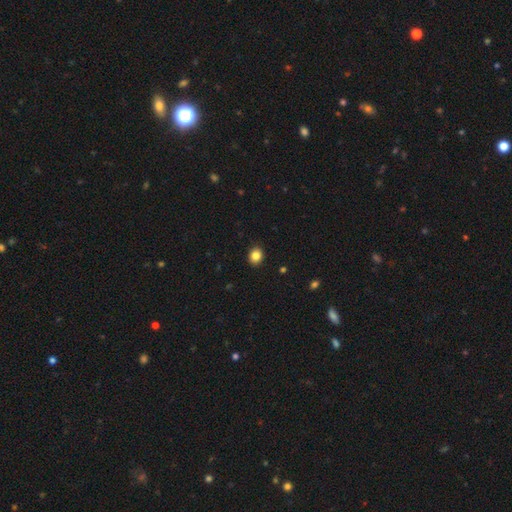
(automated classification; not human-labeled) This appears to be a smooth galaxy with no disk features (85%) that is round (68%). Merging: none (91%).